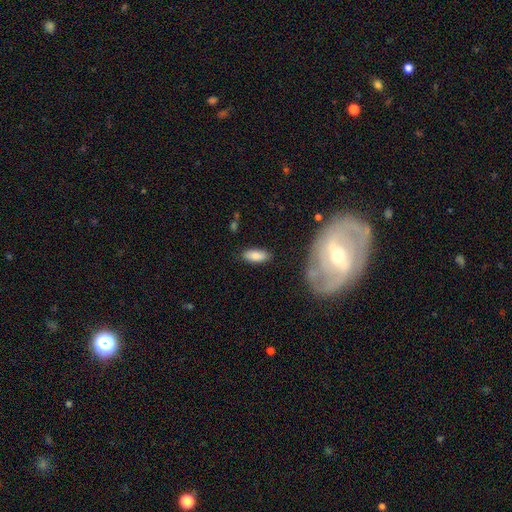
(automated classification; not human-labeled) Morphology: type=smooth (83%); roundness=in between (84%); merging=none (82%).